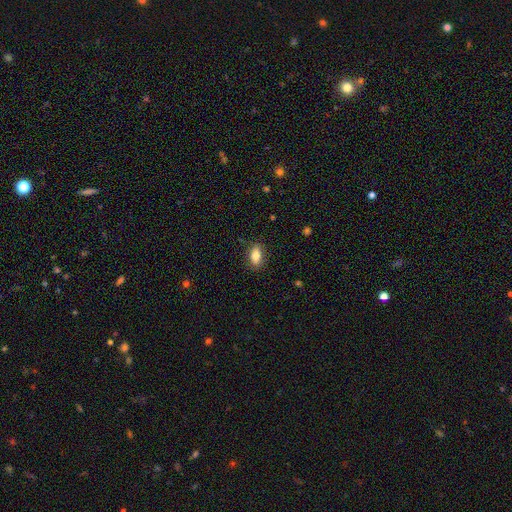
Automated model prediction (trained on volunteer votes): A smooth galaxy with no disk features (80%) that is in between round and cigar-shaped (86%).

Vote fractions:
- Smooth or featured? smooth: 80% / featured or disk: 12% / star or artifact: 8%
- How rounded? in between: 86% / cigar-shaped: 8% / round: 6%
- Merging? none: 85% / minor disturbance: 11% / major disturbance: 3% / merger: 1%